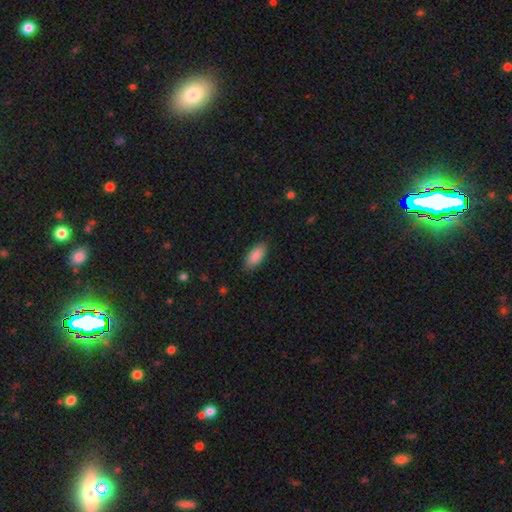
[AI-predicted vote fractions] Overall: smooth (89%). How rounded: in between (88%). Merging: none (87%).